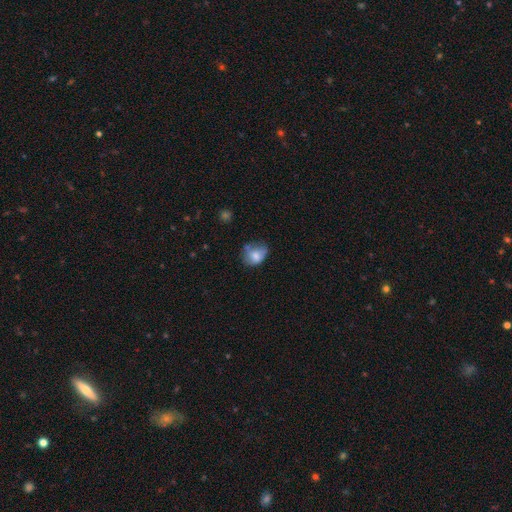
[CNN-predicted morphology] Q: Smooth or featured?
A: smooth (72%); runner-up: featured or disk (19%)
Q: How rounded?
A: in between (60%); runner-up: round (39%)
Q: Merging?
A: none (42%); runner-up: minor disturbance (35%)